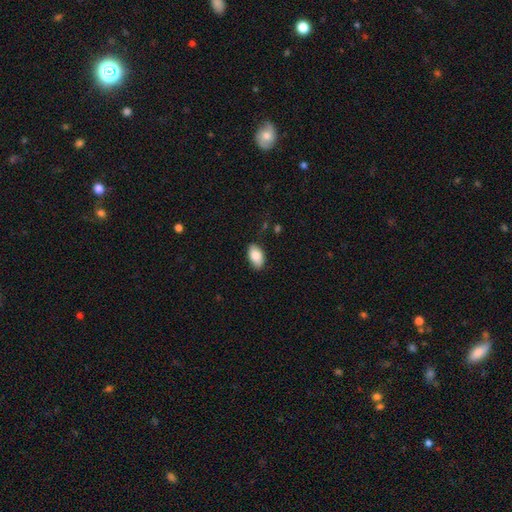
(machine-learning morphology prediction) Q: Smooth or featured?
A: smooth (85%); runner-up: featured or disk (8%)
Q: How rounded?
A: in between (93%); runner-up: round (5%)
Q: Merging?
A: none (82%); runner-up: minor disturbance (14%)